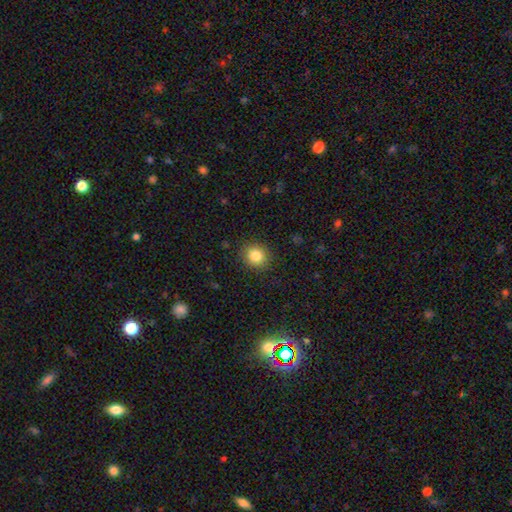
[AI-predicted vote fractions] Q: Smooth or featured?
A: smooth (83%); runner-up: star or artifact (11%)
Q: How rounded?
A: round (85%); runner-up: in between (14%)
Q: Merging?
A: none (90%); runner-up: minor disturbance (7%)